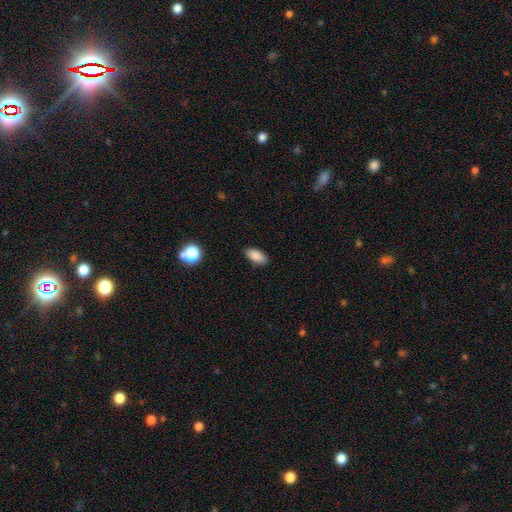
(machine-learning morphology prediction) Smooth or featured: smooth — 86% (star or artifact — 9%)
How rounded: in between — 89% (cigar-shaped — 8%)
Merging: none — 87% (minor disturbance — 9%)